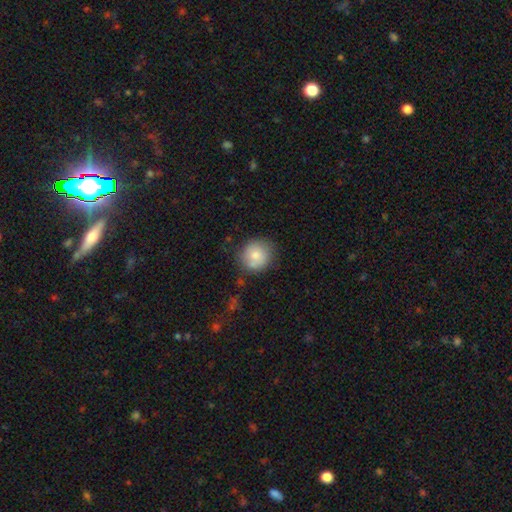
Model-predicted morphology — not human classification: A smooth galaxy with no disk features (78%) that is round (89%). Merging: none (70%).